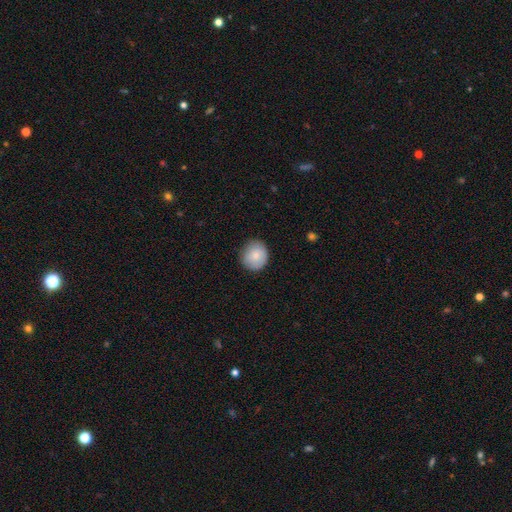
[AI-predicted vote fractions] Smooth or featured? Predicted: smooth (p=0.83). How rounded? Predicted: round (p=0.86). Merging? Predicted: none (p=0.84).